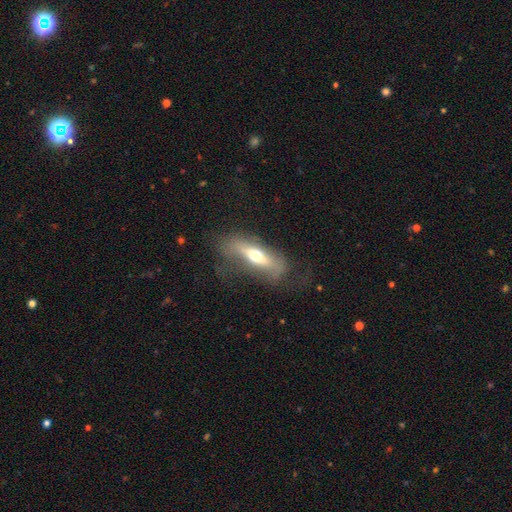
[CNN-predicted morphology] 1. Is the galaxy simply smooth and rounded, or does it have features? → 50% featured or disk, 43% smooth, 7% star or artifact.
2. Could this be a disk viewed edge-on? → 58% yes, 42% no.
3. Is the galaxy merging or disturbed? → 55% none, 22% minor disturbance, 21% major disturbance, 2% merger.